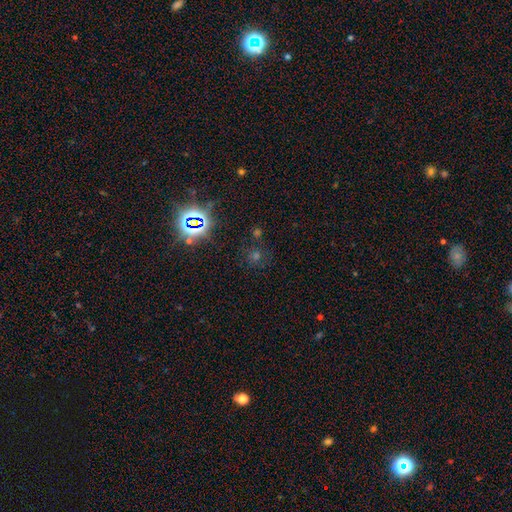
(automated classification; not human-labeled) Smooth or featured? Predicted: star or artifact (p=0.60).